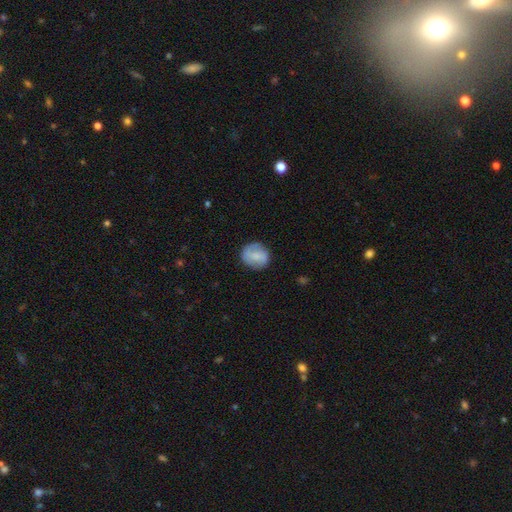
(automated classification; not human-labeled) Smooth or featured: smooth — 63% (featured or disk — 29%)
How rounded: round — 83% (in between — 16%)
Merging: none — 78% (minor disturbance — 15%)